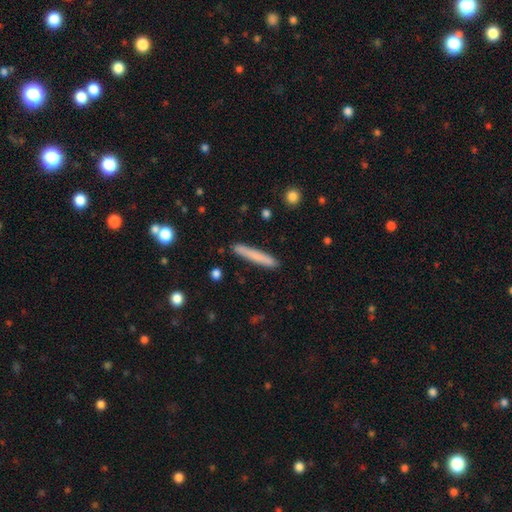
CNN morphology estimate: Q: Smooth or featured?
A: smooth (76%); runner-up: featured or disk (17%)
Q: How rounded?
A: cigar-shaped (95%); runner-up: in between (4%)
Q: Merging?
A: none (87%); runner-up: minor disturbance (9%)